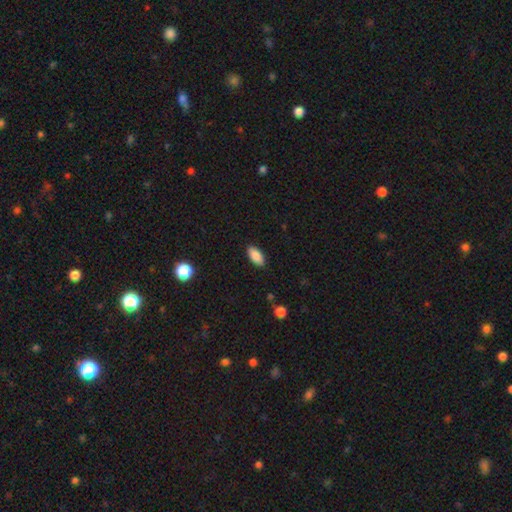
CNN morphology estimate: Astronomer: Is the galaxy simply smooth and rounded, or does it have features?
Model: smooth — 88%.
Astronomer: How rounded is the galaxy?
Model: in between — 91%.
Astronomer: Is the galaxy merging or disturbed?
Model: none — 88%.